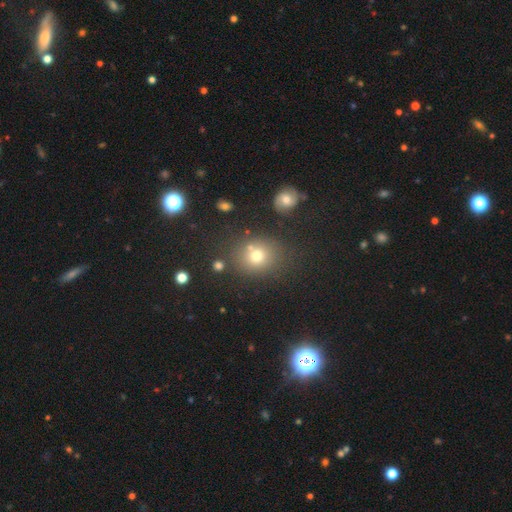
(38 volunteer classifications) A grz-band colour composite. It shows a smooth galaxy with no disk features (74%) that is round (82%). Merging: none (89%).